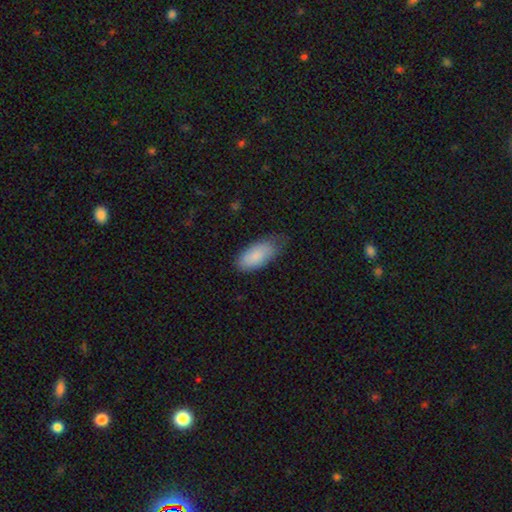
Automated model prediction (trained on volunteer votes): Q: Smooth or featured?
A: smooth (86%); runner-up: featured or disk (8%)
Q: How rounded?
A: in between (90%); runner-up: cigar-shaped (8%)
Q: Merging?
A: none (59%); runner-up: minor disturbance (33%)